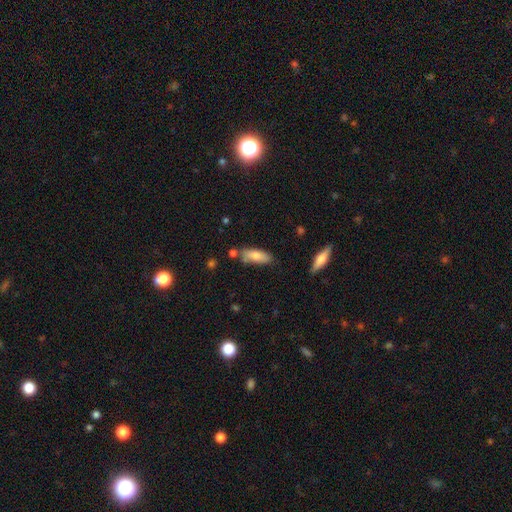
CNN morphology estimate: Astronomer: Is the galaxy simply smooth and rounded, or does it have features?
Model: smooth — 76%.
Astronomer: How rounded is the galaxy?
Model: in between — 63%.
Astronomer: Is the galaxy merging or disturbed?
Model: none — 68%.